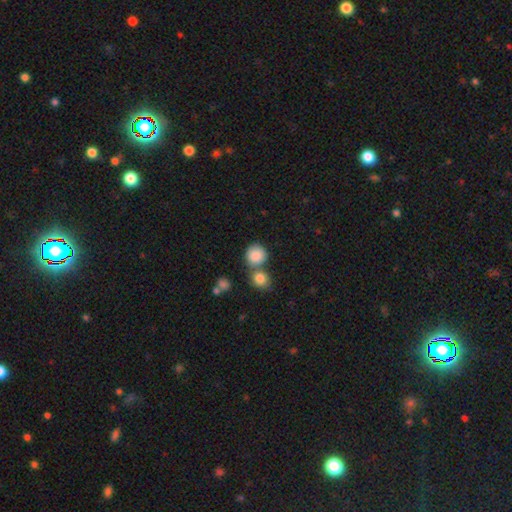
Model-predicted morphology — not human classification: Smooth or featured? Predicted: smooth (p=0.86). How rounded? Predicted: round (p=0.87). Merging? Predicted: none (p=0.56).